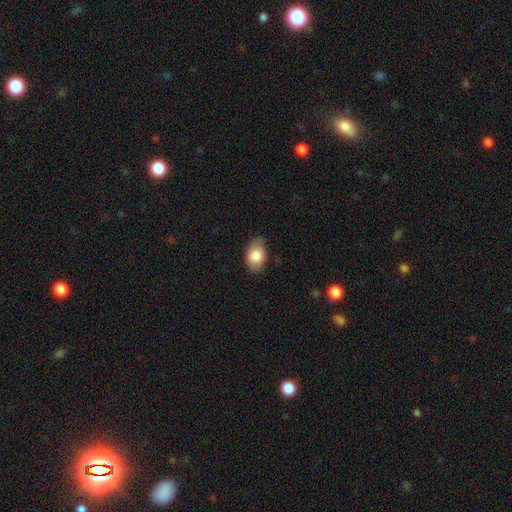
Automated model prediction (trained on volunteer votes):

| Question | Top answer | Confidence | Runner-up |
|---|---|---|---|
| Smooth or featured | smooth | 83% | featured or disk (10%) |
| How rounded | in between | 86% | round (13%) |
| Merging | none | 81% | minor disturbance (15%) |